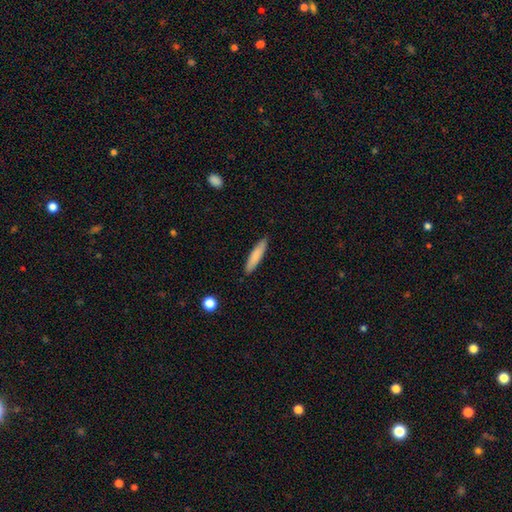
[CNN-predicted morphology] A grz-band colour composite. It shows a smooth galaxy with no disk features (81%) that is cigar-shaped (85%). Merging: none (89%).